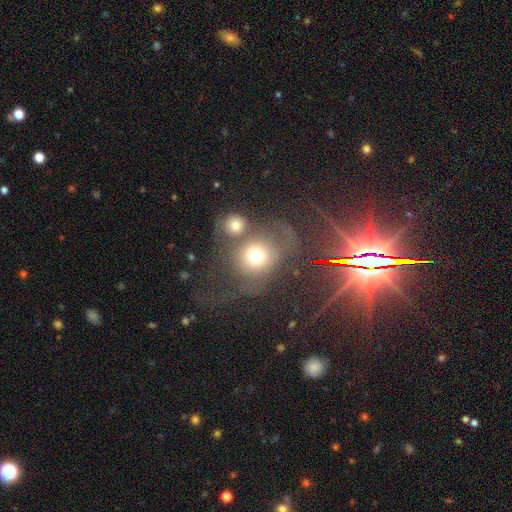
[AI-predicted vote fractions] Smooth or featured: smooth — 58% (featured or disk — 27%)
How rounded: round — 78% (in between — 21%)
Merging: merger — 35% (none — 28%)